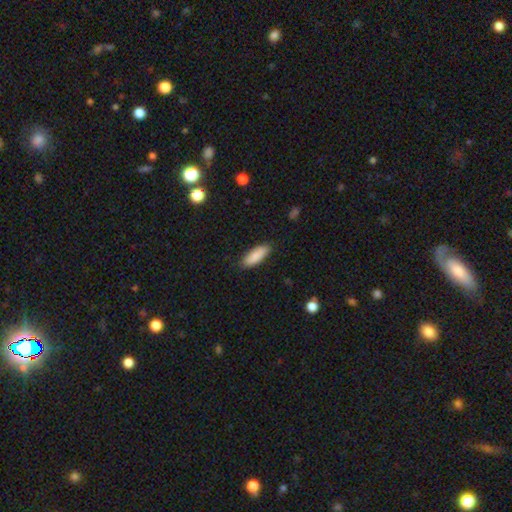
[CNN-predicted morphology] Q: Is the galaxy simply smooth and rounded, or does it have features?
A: smooth — 88%.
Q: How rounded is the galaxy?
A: in between — 64%.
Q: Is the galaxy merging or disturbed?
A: none — 86%.